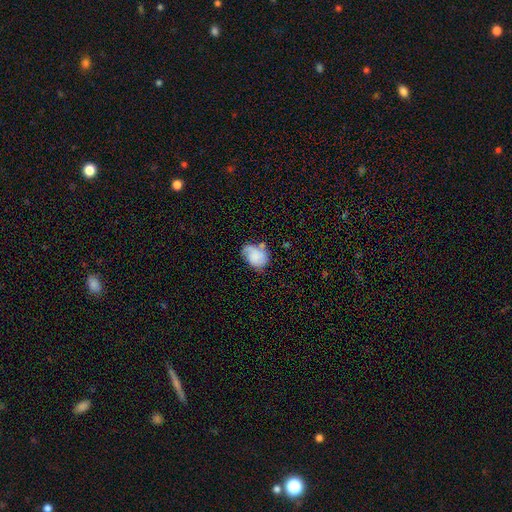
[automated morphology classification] This appears to be a smooth galaxy with no disk features (49%). Merging: none (44%).